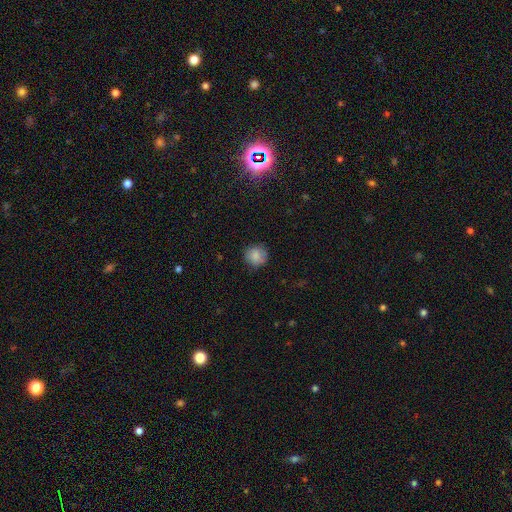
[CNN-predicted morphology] Q: Smooth or featured?
A: smooth (85%); runner-up: star or artifact (9%)
Q: How rounded?
A: round (92%); runner-up: in between (7%)
Q: Merging?
A: none (84%); runner-up: minor disturbance (12%)